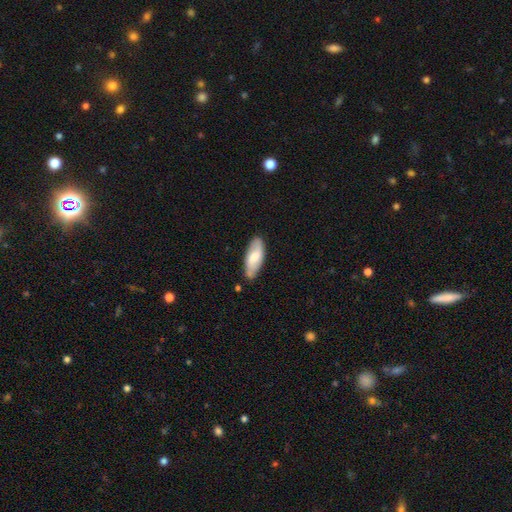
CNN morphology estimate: Q: Smooth or featured?
A: smooth (57%); runner-up: featured or disk (37%)
Q: How rounded?
A: in between (80%); runner-up: cigar-shaped (18%)
Q: Merging?
A: none (81%); runner-up: minor disturbance (14%)